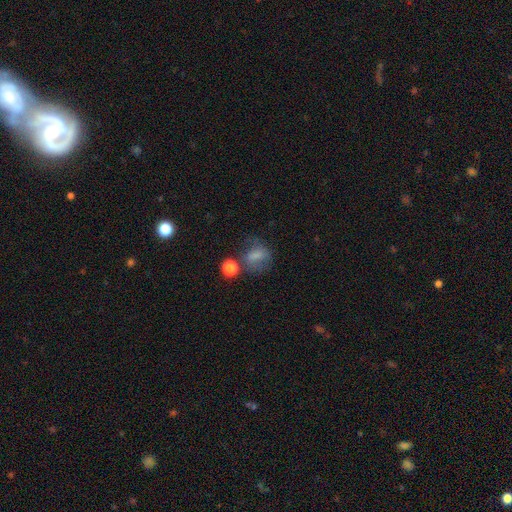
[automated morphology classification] This is likely a smooth galaxy (66%). How rounded: possibly in between (51%). Merging: marginally none (45%).